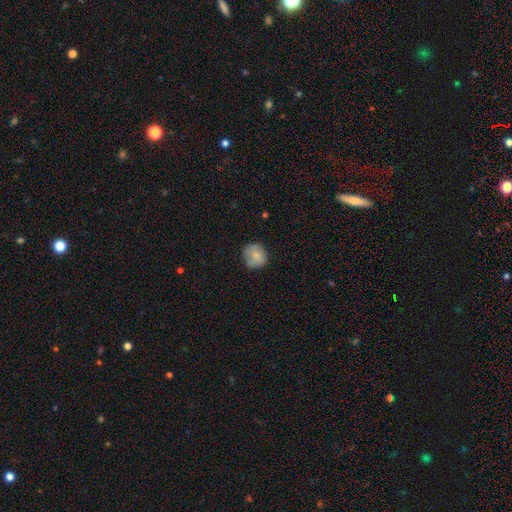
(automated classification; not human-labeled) This is likely a smooth galaxy (76%). How rounded: clearly round (85%). Merging: likely none (70%).